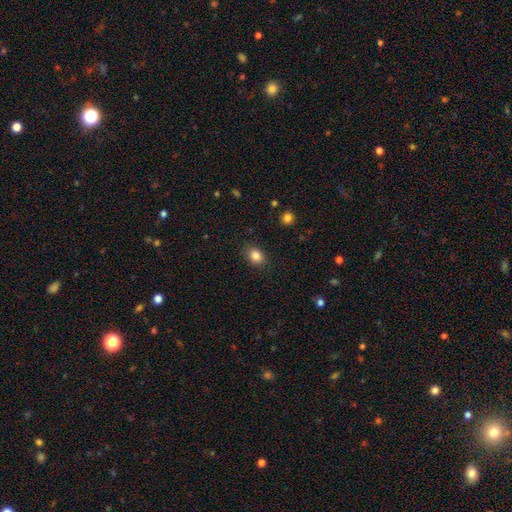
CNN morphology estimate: Overall: smooth (85%). How rounded: in between (55%; round 44%). Merging: none (86%).